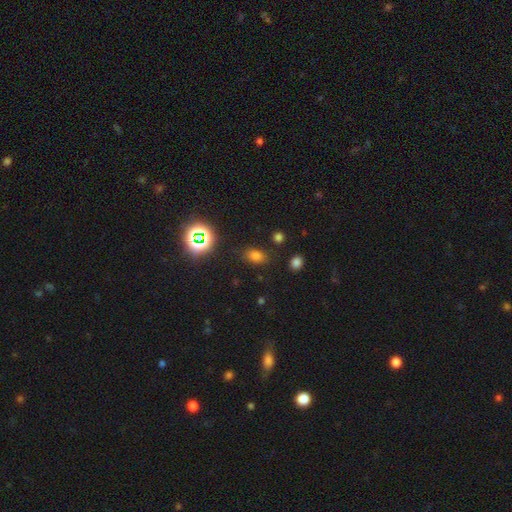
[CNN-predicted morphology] Smooth or featured: smooth — 68% (star or artifact — 24%)
How rounded: in between — 79% (round — 19%)
Merging: none — 81% (minor disturbance — 12%)